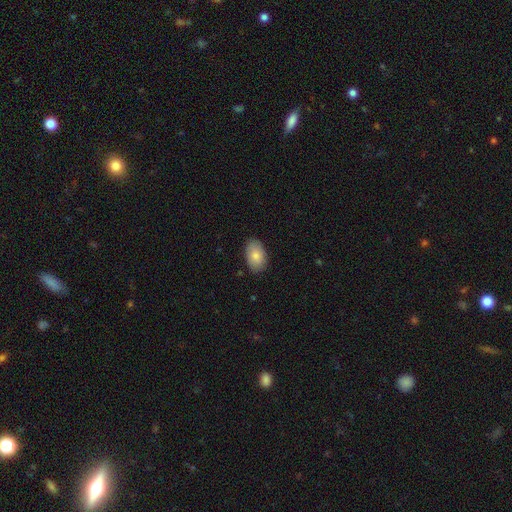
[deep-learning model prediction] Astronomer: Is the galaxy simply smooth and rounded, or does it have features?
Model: smooth — 83%.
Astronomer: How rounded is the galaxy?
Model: in between — 92%.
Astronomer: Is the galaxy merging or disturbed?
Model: none — 85%.